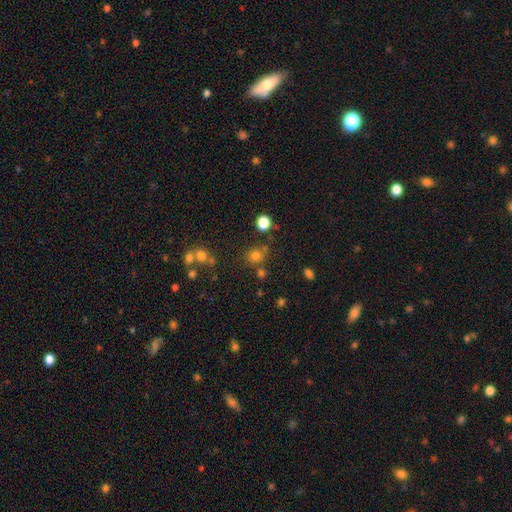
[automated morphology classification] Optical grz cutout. It shows a smooth galaxy with no disk features (71%) that is round (83%). Merging: none (71%).